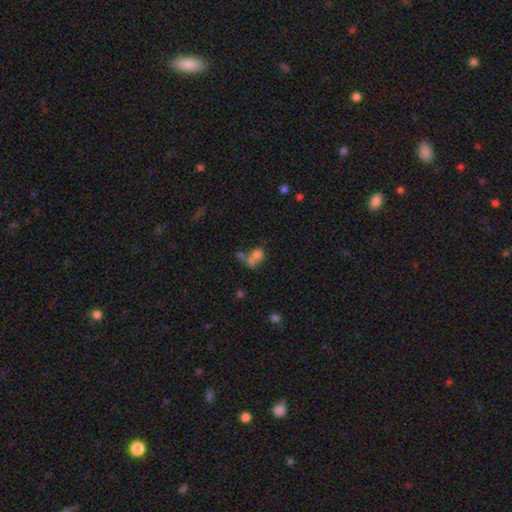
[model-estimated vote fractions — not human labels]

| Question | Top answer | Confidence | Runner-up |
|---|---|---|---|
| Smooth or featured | smooth | 65% | featured or disk (20%) |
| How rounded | round | 50% | in between (47%) |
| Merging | merger | 53% | none (25%) |